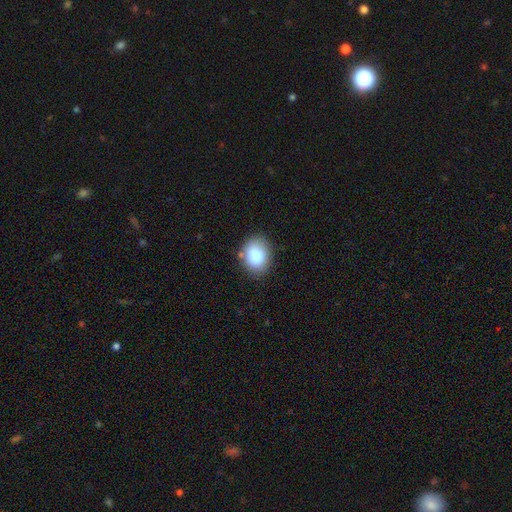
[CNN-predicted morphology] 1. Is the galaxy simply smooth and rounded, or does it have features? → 85% smooth, 8% star or artifact, 7% featured or disk.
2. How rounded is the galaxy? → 59% in between, 40% round, 1% cigar-shaped.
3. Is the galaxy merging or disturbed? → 79% none, 14% minor disturbance, 3% major disturbance, 3% merger.